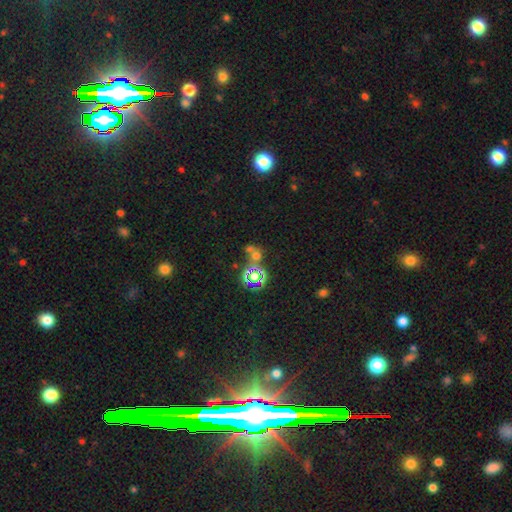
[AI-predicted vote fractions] smooth-or-featured: star or artifact: 49% | smooth: 39% | featured or disk: 12%